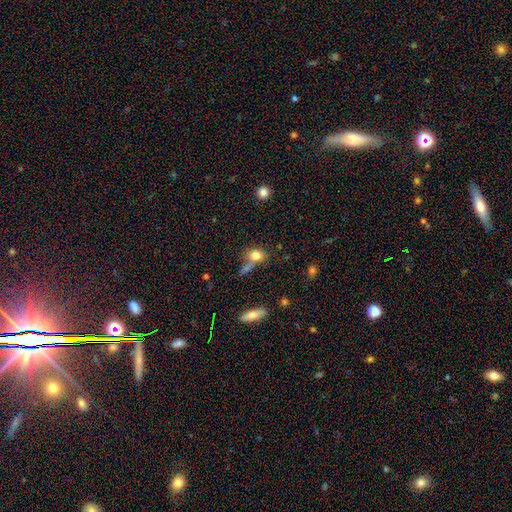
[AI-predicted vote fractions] Smooth or featured? Predicted: smooth (p=0.78). How rounded? Predicted: in between (p=0.52). Merging? Predicted: none (p=0.49).